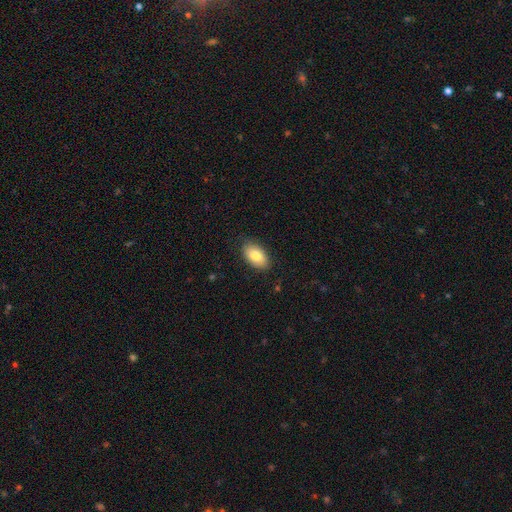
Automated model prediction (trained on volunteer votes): Smooth or featured? smooth (82%)
How rounded? in between (94%)
Merging? none (85%)